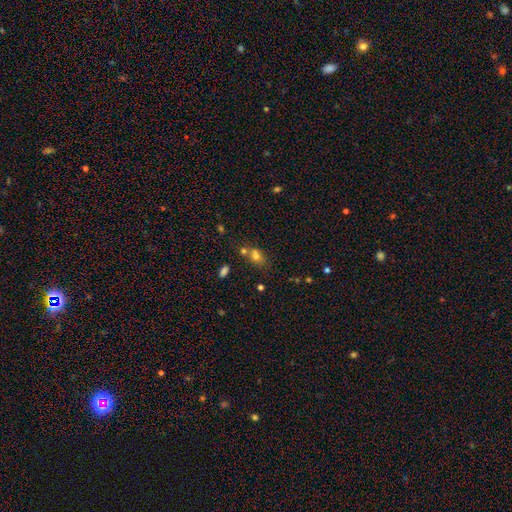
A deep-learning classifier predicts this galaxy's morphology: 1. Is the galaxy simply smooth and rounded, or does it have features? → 72% smooth, 16% star or artifact, 13% featured or disk.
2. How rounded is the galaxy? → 58% in between, 40% round, 2% cigar-shaped.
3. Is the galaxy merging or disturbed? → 41% merger (tied), 41% none (tied), 12% minor disturbance, 5% major disturbance.